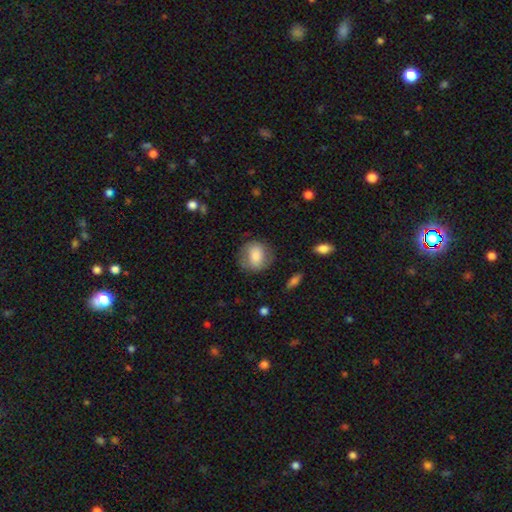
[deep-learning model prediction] Morphology: type=smooth (76%); roundness=round (67%); merging=none (74%).